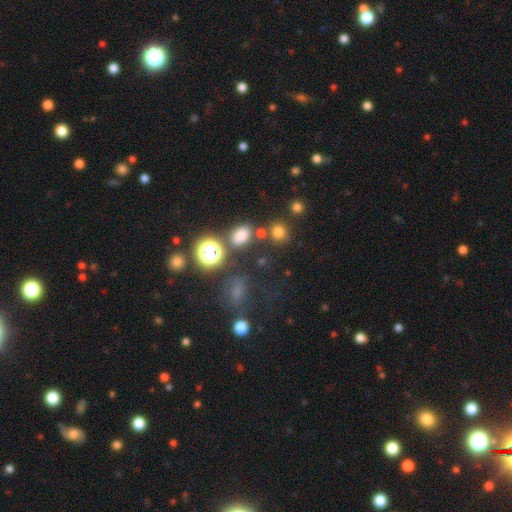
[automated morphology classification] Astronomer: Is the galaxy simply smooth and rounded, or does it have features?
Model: star or artifact — 60%.